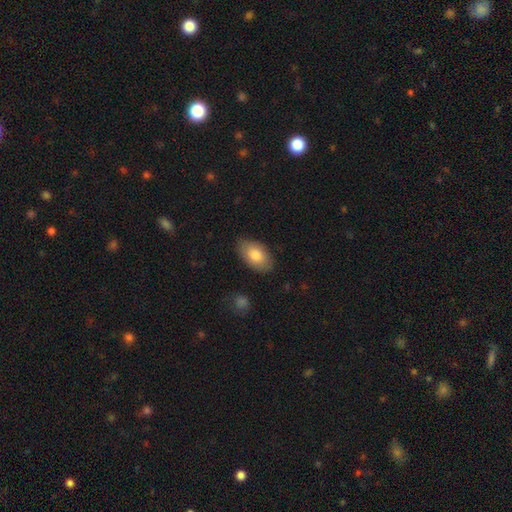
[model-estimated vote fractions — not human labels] Smooth or featured? Predicted: smooth (p=0.81). How rounded? Predicted: in between (p=0.94). Merging? Predicted: none (p=0.82).